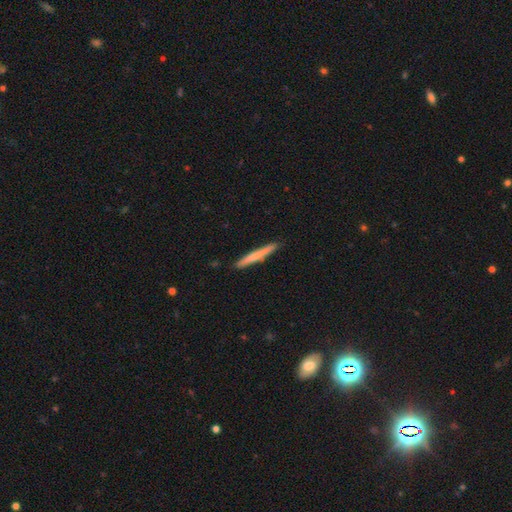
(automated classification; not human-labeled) A smooth galaxy with no disk features (62%) that is cigar-shaped (96%). Merging: none (90%).